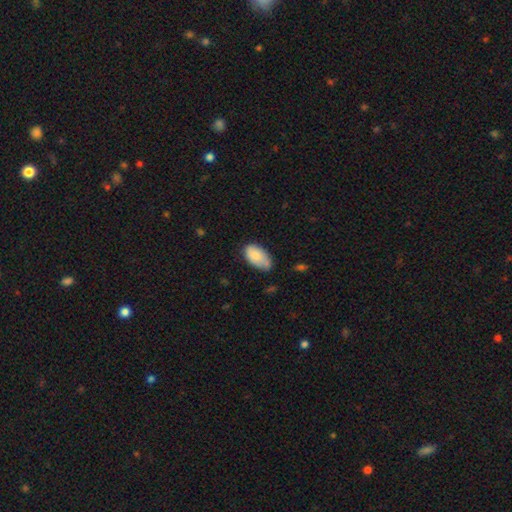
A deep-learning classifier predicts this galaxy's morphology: A smooth galaxy with no disk features (80%) that is in between round and cigar-shaped (94%).

Vote fractions:
- Smooth or featured? smooth: 80% / featured or disk: 13% / star or artifact: 7%
- How rounded? in between: 94% / round: 4% / cigar-shaped: 2%
- Merging? none: 58% / minor disturbance: 32% / major disturbance: 6% / merger: 5%